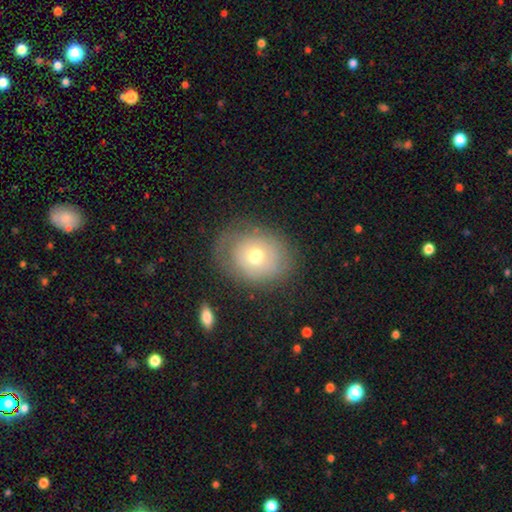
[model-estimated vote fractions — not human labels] A smooth galaxy with no disk features (57%) that is round (52%).

Vote fractions:
- Smooth or featured? smooth: 57% / featured or disk: 33% / star or artifact: 10%
- How rounded? round: 52% / in between: 47% / cigar-shaped: 1%
- Merging? none: 71% / minor disturbance: 18% / major disturbance: 9% / merger: 2%